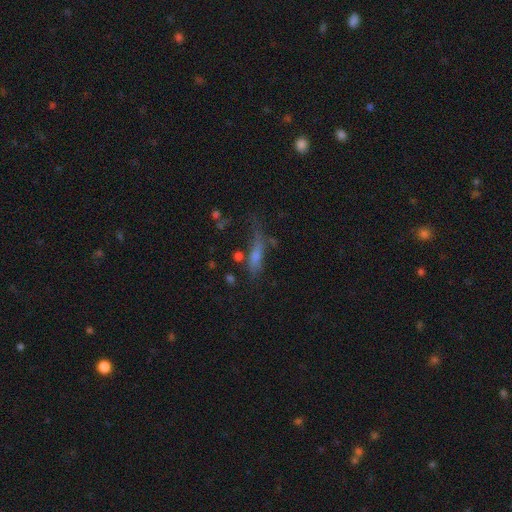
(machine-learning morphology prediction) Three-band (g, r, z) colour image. It shows a smooth galaxy with no disk features (54%) that is cigar-shaped (66%). Merging: none (46%).